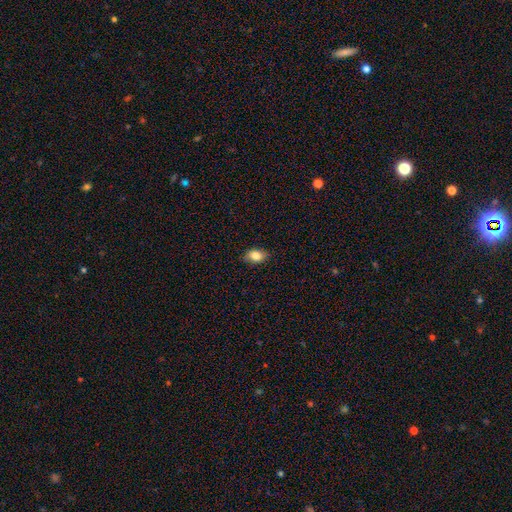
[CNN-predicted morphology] smooth_or_featured: smooth (p=0.83) [alt: featured or disk p=0.09]
how_rounded: in between (p=0.81) [alt: round p=0.17]
merging: none (p=0.82) [alt: minor disturbance p=0.15]